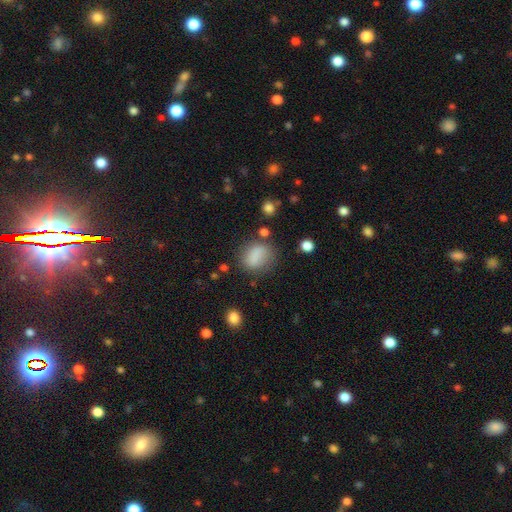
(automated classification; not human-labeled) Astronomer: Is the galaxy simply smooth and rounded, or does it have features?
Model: smooth — 80%.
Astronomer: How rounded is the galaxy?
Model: in between — 50% (runner-up: round, 48%).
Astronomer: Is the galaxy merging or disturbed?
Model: none — 64%.